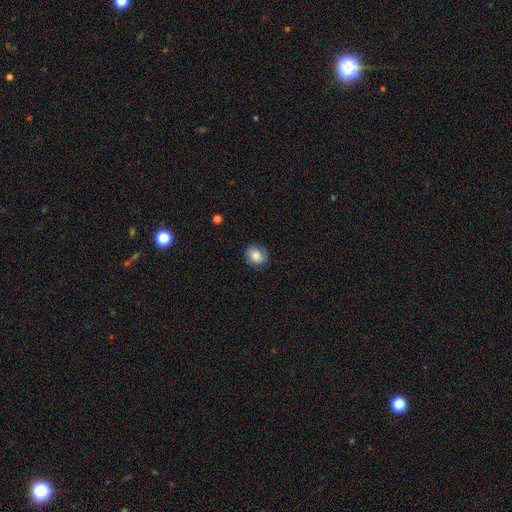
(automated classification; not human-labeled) A smooth galaxy with no disk features (79%) that is round (68%). Merging: none (81%).